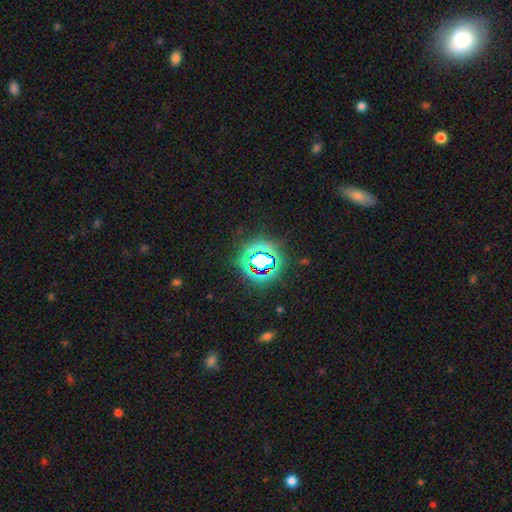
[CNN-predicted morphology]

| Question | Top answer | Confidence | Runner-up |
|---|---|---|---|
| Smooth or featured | star or artifact | 74% | smooth (16%) |